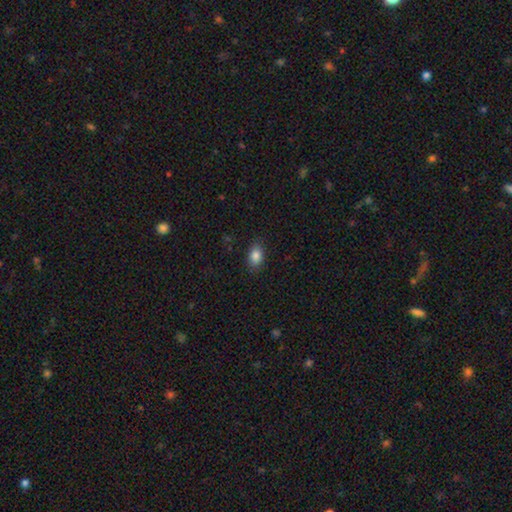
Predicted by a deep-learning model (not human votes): Q: Smooth or featured?
A: smooth (85%); runner-up: star or artifact (9%)
Q: How rounded?
A: in between (85%); runner-up: round (13%)
Q: Merging?
A: none (87%); runner-up: minor disturbance (10%)